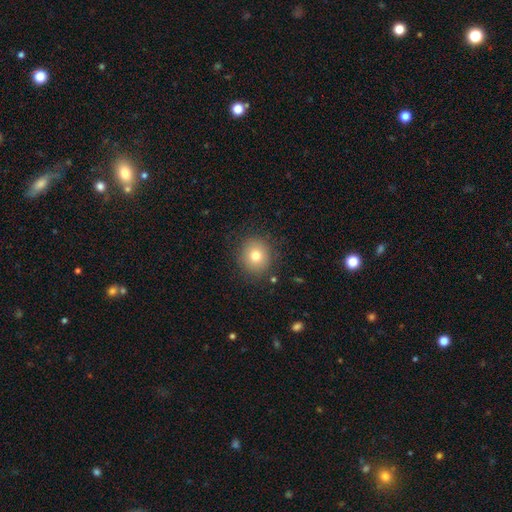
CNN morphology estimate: Smooth or featured?
  - smooth: 77% *
  - star or artifact: 12%
  - featured or disk: 12%
How rounded?
  - round: 88% *
  - in between: 11%
  - cigar-shaped: 1%
Merging?
  - none: 86% *
  - minor disturbance: 9%
  - major disturbance: 3%
  - merger: 1%